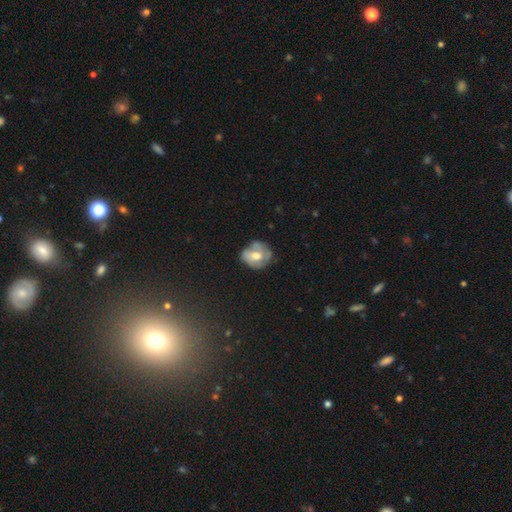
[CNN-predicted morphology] This appears to be a featured or disk galaxy (47%). Merging: none (54%).